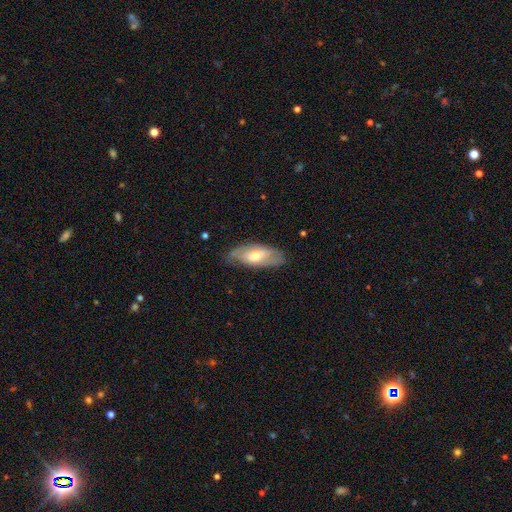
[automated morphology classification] A featured or disk galaxy (51%).

Vote fractions:
- Smooth or featured? featured or disk: 51% / smooth: 43% / star or artifact: 6%
- Edge-on disk? no: 78% / yes: 22%
- Merging? none: 77% / minor disturbance: 18% / major disturbance: 4% / merger: 1%